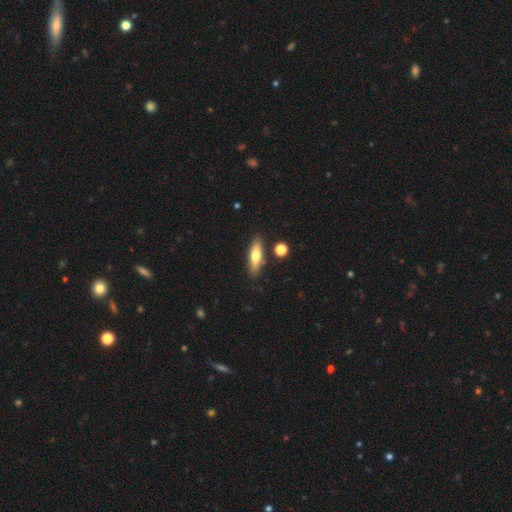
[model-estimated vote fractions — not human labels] Morphology: type=smooth (59%); roundness=cigar-shaped (60%); merging=none (84%).